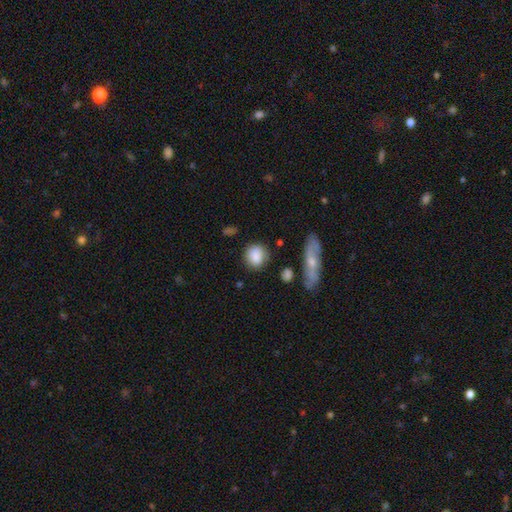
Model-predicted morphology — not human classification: This is clearly a smooth galaxy (84%). How rounded: likely round (76%). Merging: likely none (74%).